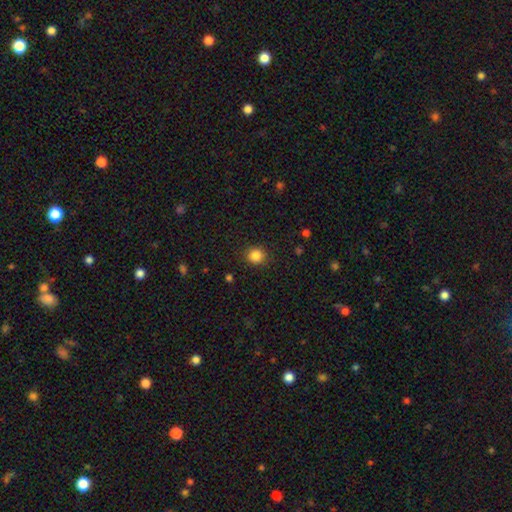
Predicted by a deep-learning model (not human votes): A smooth galaxy with no disk features (85%) that is round (85%).

Vote fractions:
- Smooth or featured? smooth: 85% / star or artifact: 11% / featured or disk: 4%
- How rounded? round: 85% / in between: 14% / cigar-shaped: 1%
- Merging? none: 89% / minor disturbance: 7% / major disturbance: 2% / merger: 1%